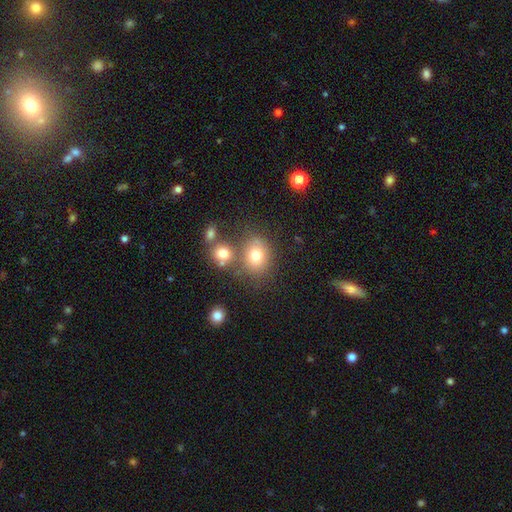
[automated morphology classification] The model was most divided on "how rounded": round: 59%, in between: 40%, cigar-shaped: 1%. More confident: smooth or featured — smooth (74%); merging — none (59%).